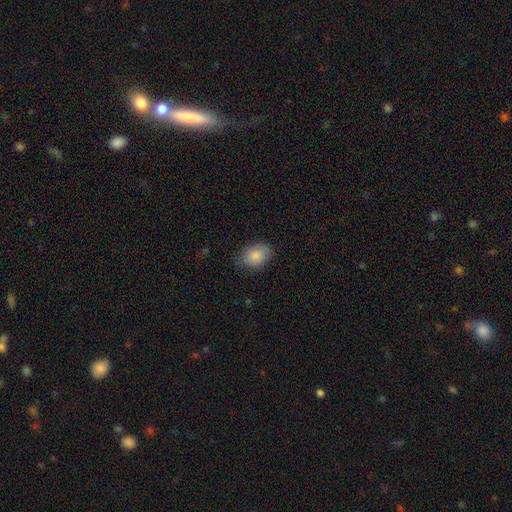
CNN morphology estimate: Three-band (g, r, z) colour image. It shows a smooth galaxy with no disk features (87%) that is in between round and cigar-shaped (76%). Merging: none (80%).